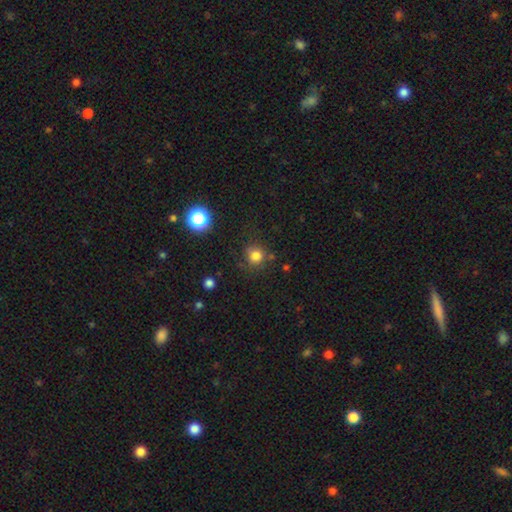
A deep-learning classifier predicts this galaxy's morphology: smooth-or-featured: smooth: 78% | star or artifact: 16% | featured or disk: 6%
  how-rounded: round: 90% | in between: 9% | cigar-shaped: 1%
  merging: none: 77% | minor disturbance: 13% | major disturbance: 5% | merger: 5%